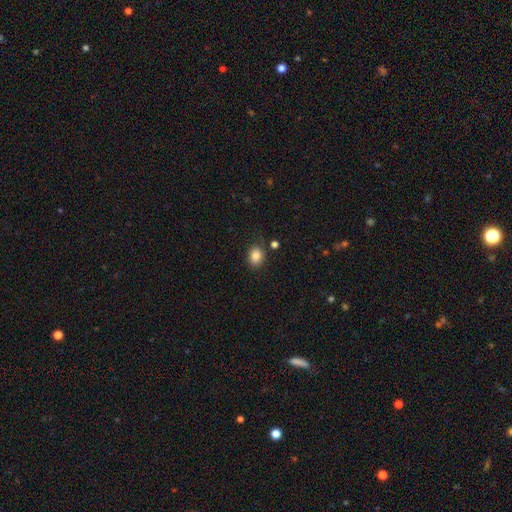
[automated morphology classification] The model was most divided on "how rounded": in between: 54%, round: 45%, cigar-shaped: 1%. More confident: smooth or featured — smooth (85%); merging — none (81%).